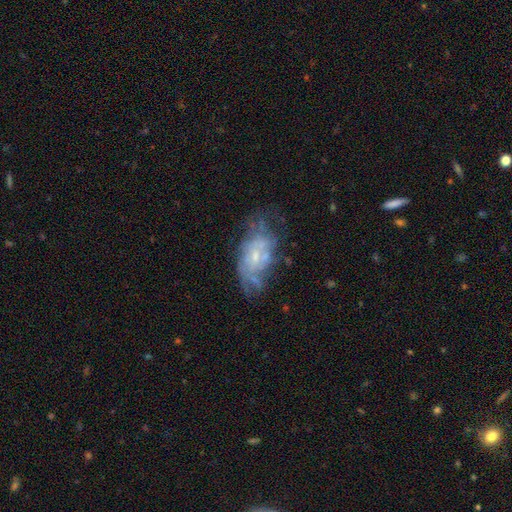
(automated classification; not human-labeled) The model was most divided on "spiral arms": yes: 60%, no: 40%. Remaining: edge-on disk — no (94%); bar — no (72%); smooth or featured — featured or disk (69%); bulge size — small (65%); merging — none (47%).